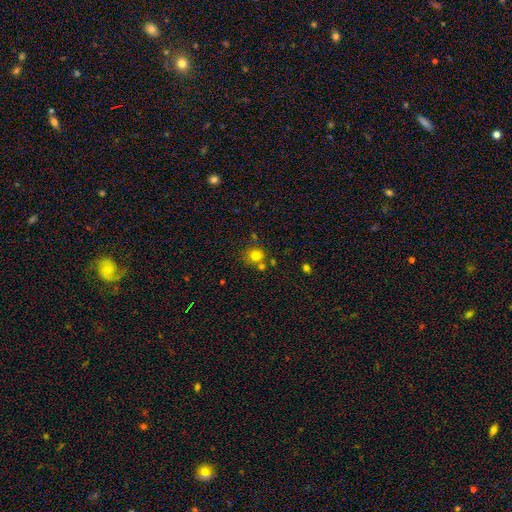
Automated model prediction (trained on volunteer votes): This is likely a smooth galaxy (77%). How rounded: clearly round (83%). Merging: likely none (67%).